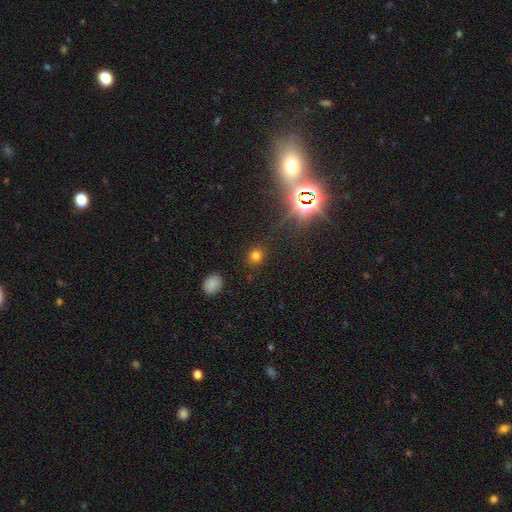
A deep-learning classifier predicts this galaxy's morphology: Q: Smooth or featured?
A: smooth (73%); runner-up: star or artifact (21%)
Q: How rounded?
A: round (84%); runner-up: in between (15%)
Q: Merging?
A: none (88%); runner-up: minor disturbance (7%)